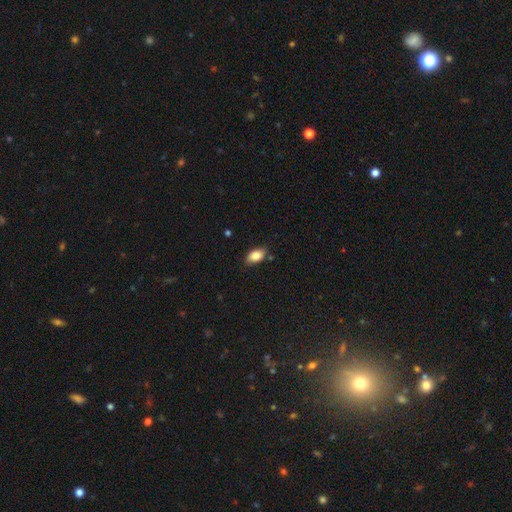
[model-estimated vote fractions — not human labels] smooth_or_featured: smooth (p=0.84) [alt: featured or disk p=0.08]
how_rounded: in between (p=0.91) [alt: round p=0.07]
merging: none (p=0.79) [alt: minor disturbance p=0.16]